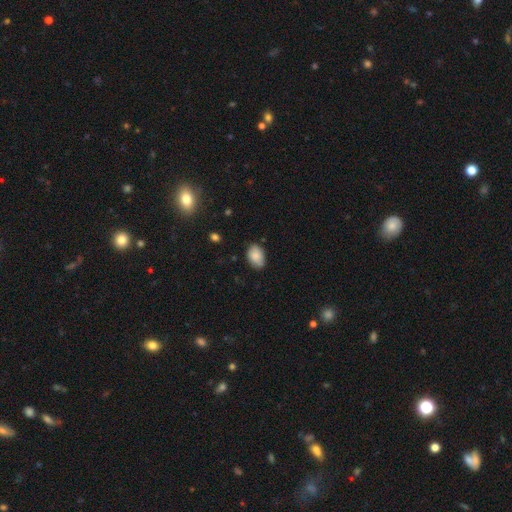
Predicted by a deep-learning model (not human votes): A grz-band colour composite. It shows a smooth galaxy with no disk features (86%) that is in between round and cigar-shaped (86%). Merging: none (76%).